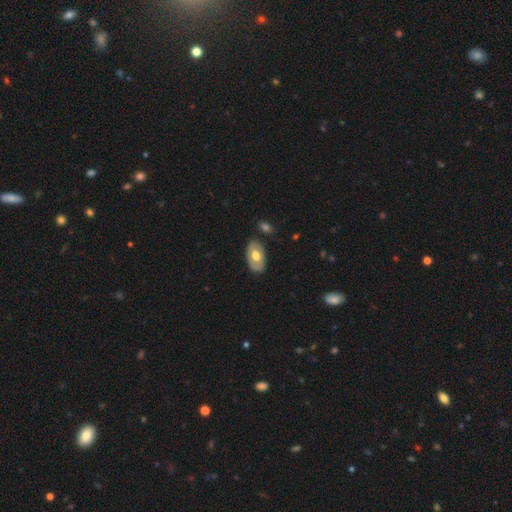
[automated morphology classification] Smooth or featured? smooth (51%)
How rounded? in between (91%)
Merging? none (78%)